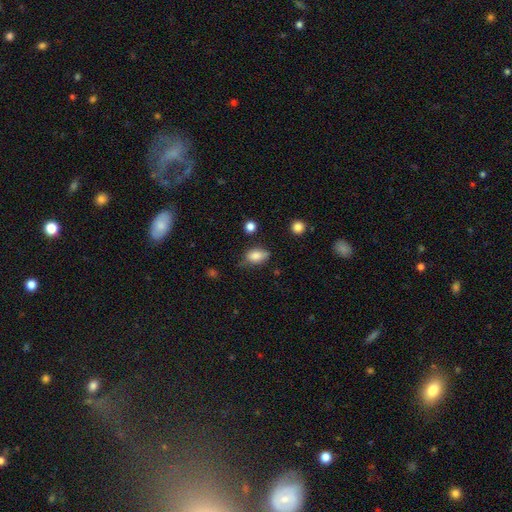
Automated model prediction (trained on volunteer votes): Q: Smooth or featured?
A: smooth (80%); runner-up: featured or disk (11%)
Q: How rounded?
A: in between (82%); runner-up: round (15%)
Q: Merging?
A: none (58%); runner-up: minor disturbance (32%)